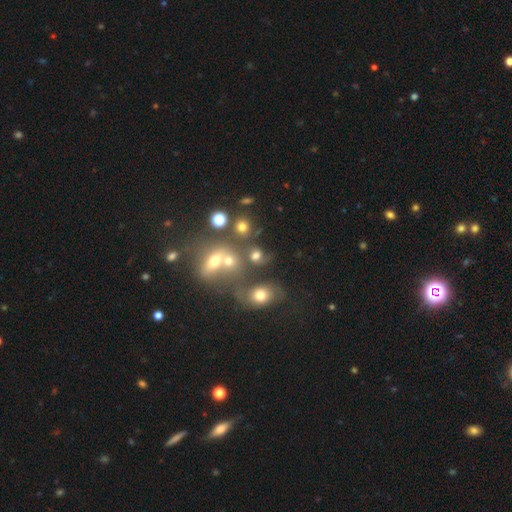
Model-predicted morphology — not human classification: smooth_or_featured: smooth (p=0.67) [alt: star or artifact p=0.19]
how_rounded: round (p=0.66) [alt: in between p=0.32]
merging: none (p=0.46) [alt: merger p=0.30]